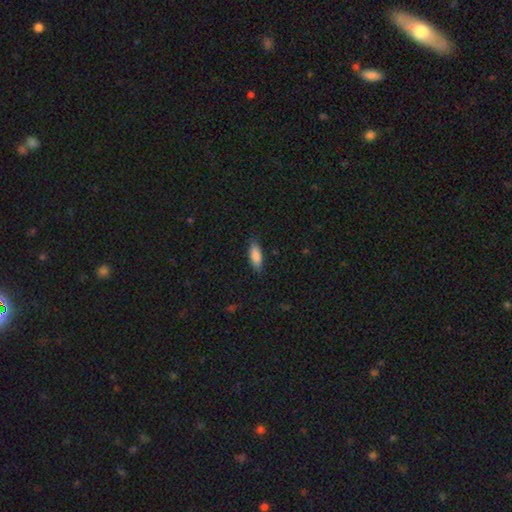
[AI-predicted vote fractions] Overall: smooth (86%). How rounded: in between (68%; cigar-shaped 30%). Merging: none (85%).